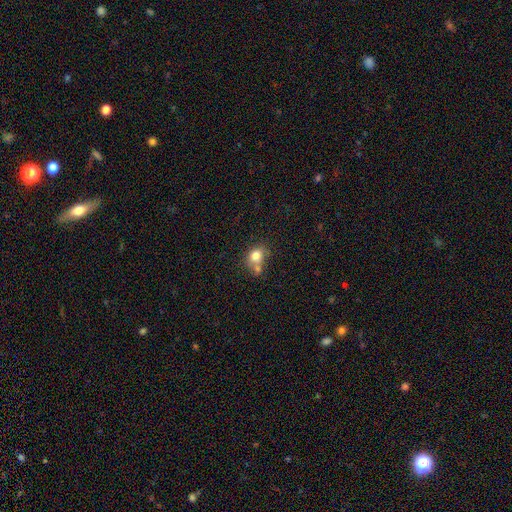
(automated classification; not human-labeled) Smooth or featured: smooth — 77% (featured or disk — 13%)
How rounded: round — 57% (in between — 42%)
Merging: none — 43% (merger — 36%)